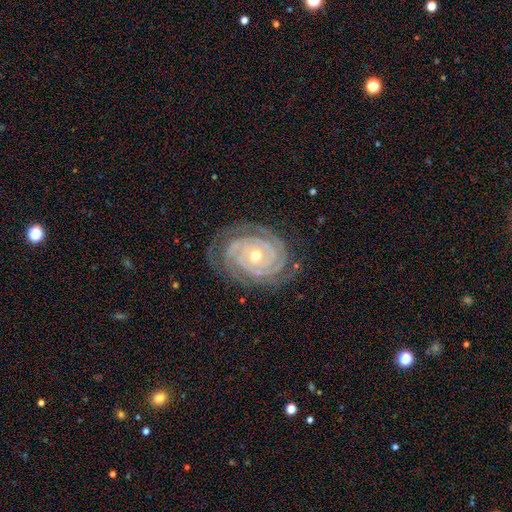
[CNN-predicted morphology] The model was most divided on "spiral arm count": 2: 34%, 3: 28%, can't tell: 12%, 4: 12%, more than 4: 7%, 1: 6%. More confident: spiral arms — yes (98%); edge-on disk — no (97%); smooth or featured — featured or disk (93%); spiral winding — tight (88%); merging — none (80%); bar — no (73%); bulge size — moderate (52%).